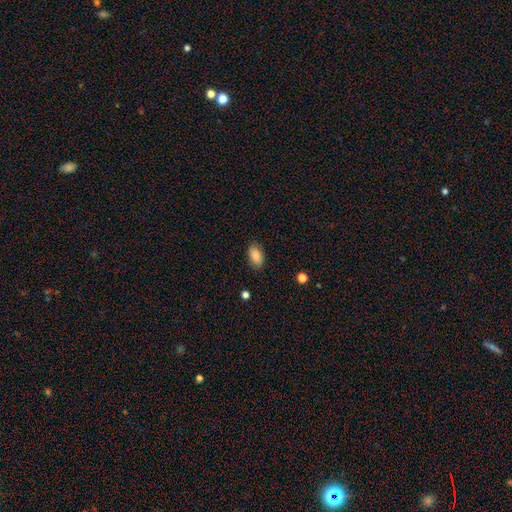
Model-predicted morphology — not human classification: Smooth or featured? smooth (89%)
How rounded? in between (93%)
Merging? none (85%)